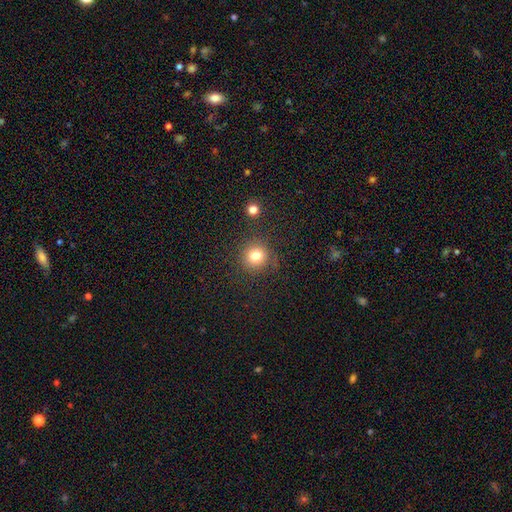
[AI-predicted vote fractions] Q: Smooth or featured?
A: smooth (79%); runner-up: star or artifact (14%)
Q: How rounded?
A: round (93%); runner-up: in between (6%)
Q: Merging?
A: none (83%); runner-up: minor disturbance (10%)